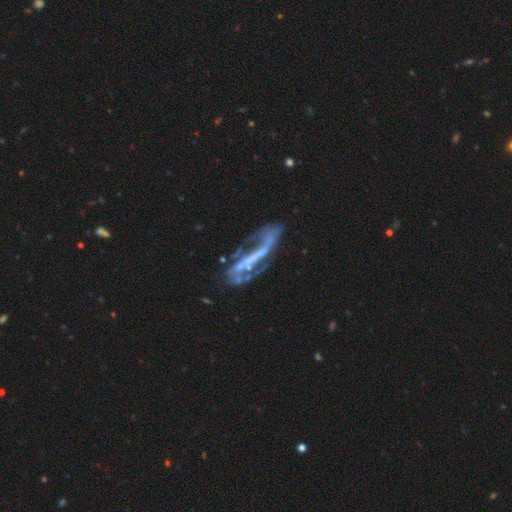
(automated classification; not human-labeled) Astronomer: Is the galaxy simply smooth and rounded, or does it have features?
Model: featured or disk — 77%.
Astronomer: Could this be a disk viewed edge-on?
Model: no — 76%.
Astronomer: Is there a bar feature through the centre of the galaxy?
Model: strong — 54%.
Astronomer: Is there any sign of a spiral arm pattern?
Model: yes — 73%.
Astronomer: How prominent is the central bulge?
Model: none — 50% (runner-up: small, 34%).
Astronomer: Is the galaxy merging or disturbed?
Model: none — 43% (runner-up: major disturbance, 27%).